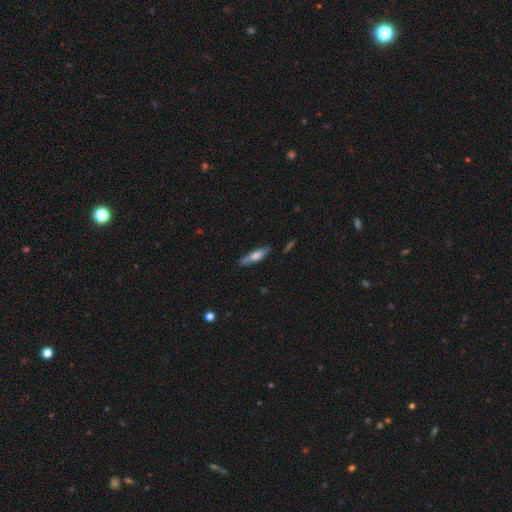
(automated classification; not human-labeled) The model was most divided on "smooth or featured": smooth: 57%, featured or disk: 36%, star or artifact: 6%. More confident: merging — none (78%); how rounded — cigar-shaped (74%).